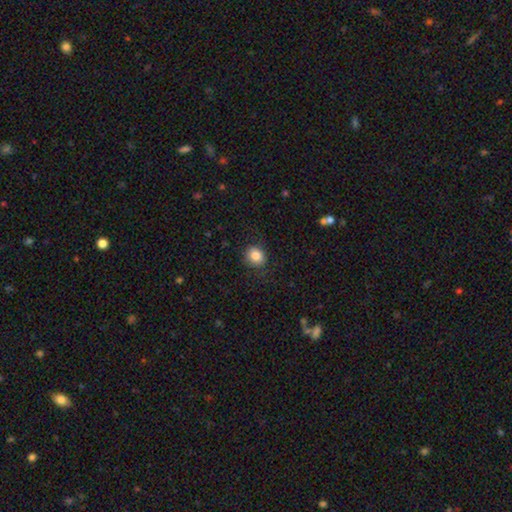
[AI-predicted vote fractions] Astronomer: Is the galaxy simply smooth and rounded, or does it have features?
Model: smooth — 84%.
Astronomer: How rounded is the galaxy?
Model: round — 73%.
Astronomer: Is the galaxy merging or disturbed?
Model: none — 84%.